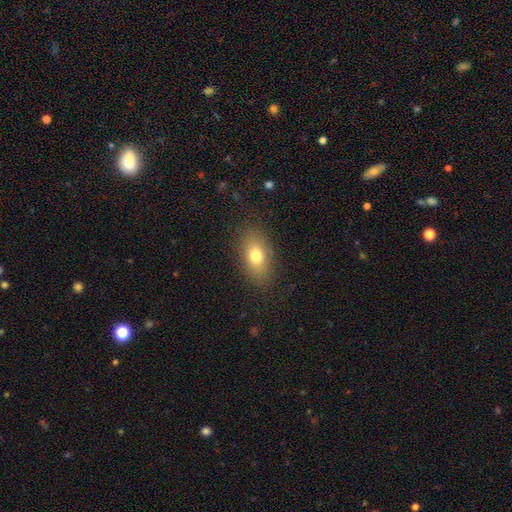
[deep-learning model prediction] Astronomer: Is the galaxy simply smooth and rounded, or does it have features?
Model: smooth — 76%.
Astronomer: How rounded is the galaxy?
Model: in between — 85%.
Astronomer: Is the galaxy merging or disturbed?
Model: none — 84%.